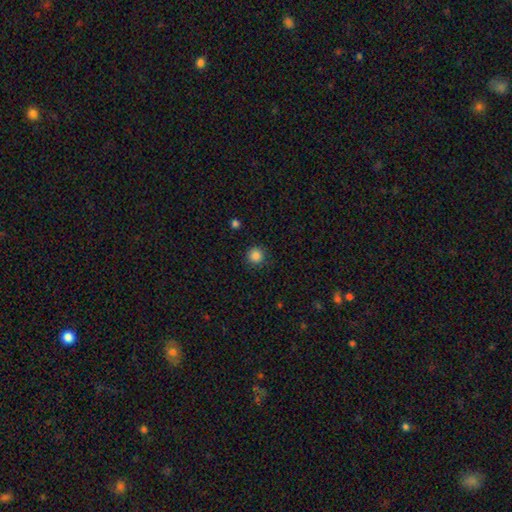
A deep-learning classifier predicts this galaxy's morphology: smooth 86%, star or artifact 11%, featured or disk 3%. Down the decision tree: how rounded — round (95%); merging — none (91%).